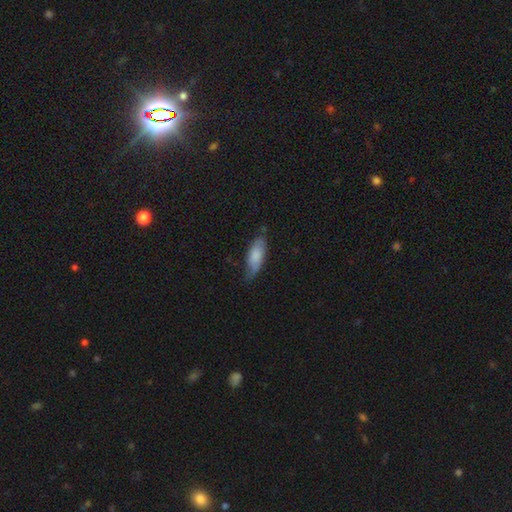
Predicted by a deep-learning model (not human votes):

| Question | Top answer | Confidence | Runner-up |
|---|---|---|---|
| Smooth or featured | smooth | 75% | featured or disk (19%) |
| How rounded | in between | 71% | cigar-shaped (27%) |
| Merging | none | 59% | minor disturbance (32%) |